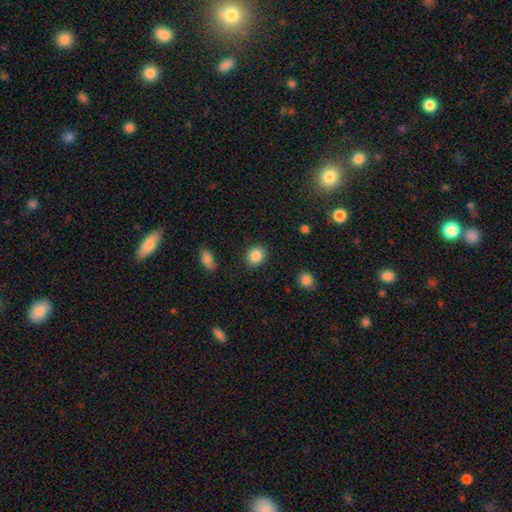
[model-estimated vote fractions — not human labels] smooth 87%, star or artifact 9%, featured or disk 4%. Down the decision tree: how rounded — round (74%); merging — none (89%).